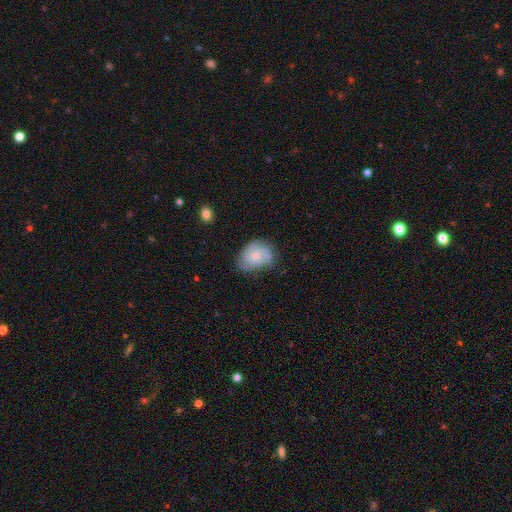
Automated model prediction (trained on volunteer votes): smooth-or-featured: featured or disk: 57% | smooth: 36% | star or artifact: 8%
  disk-edge-on: no: 97% | yes: 3%
    bar: no: 81% | weak: 17% | strong: 2%
    has-spiral-arms: yes: 83% | no: 17%
    bulge-size: small: 54% | moderate: 42% | none: 2% | large: 1% | dominant: 1%
  merging: none: 60% | minor disturbance: 29% | major disturbance: 9% | merger: 3%